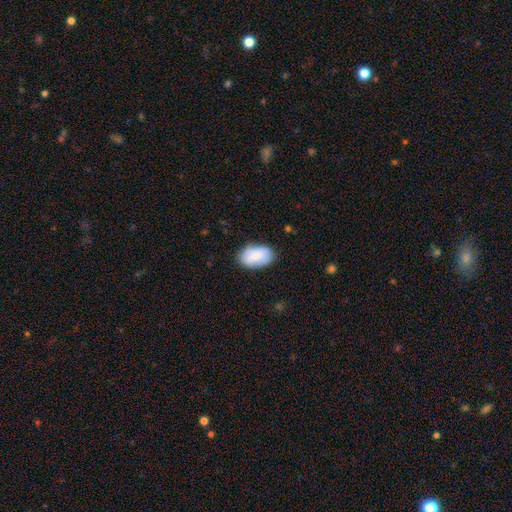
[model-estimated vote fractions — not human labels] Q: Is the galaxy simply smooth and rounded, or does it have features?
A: smooth — 81%.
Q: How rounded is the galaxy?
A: in between — 92%.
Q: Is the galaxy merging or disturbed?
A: none — 79%.